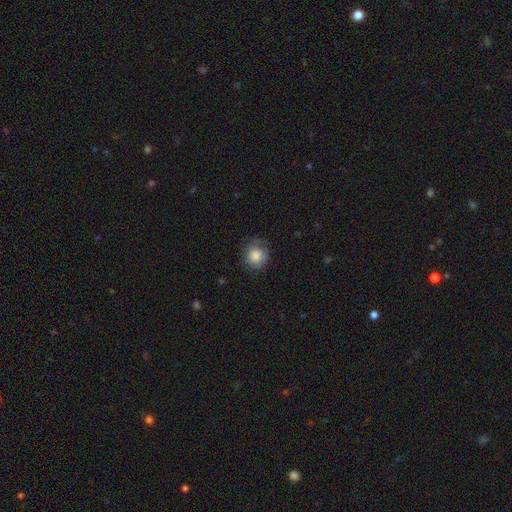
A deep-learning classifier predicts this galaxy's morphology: A smooth galaxy with no disk features (83%) that is round (87%). Merging: none (70%).